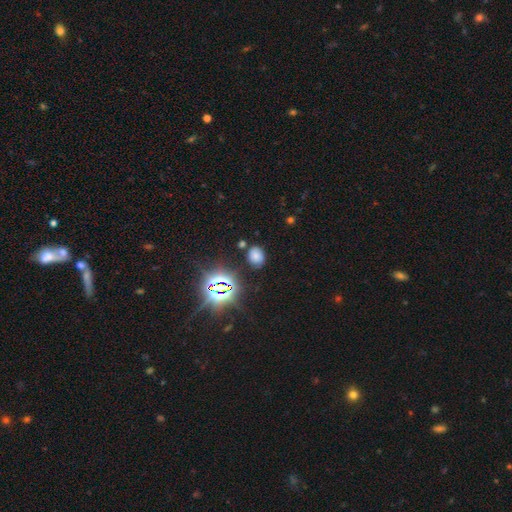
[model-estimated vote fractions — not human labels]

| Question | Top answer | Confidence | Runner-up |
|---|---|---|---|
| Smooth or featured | smooth | 63% | star or artifact (28%) |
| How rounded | in between | 53% | round (46%) |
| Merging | none | 79% | minor disturbance (13%) |